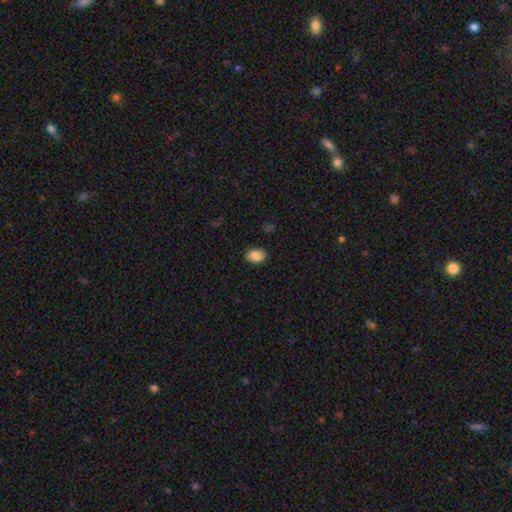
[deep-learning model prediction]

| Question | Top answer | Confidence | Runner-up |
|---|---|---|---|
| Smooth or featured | smooth | 83% | featured or disk (10%) |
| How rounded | in between | 75% | round (24%) |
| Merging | none | 85% | minor disturbance (11%) |